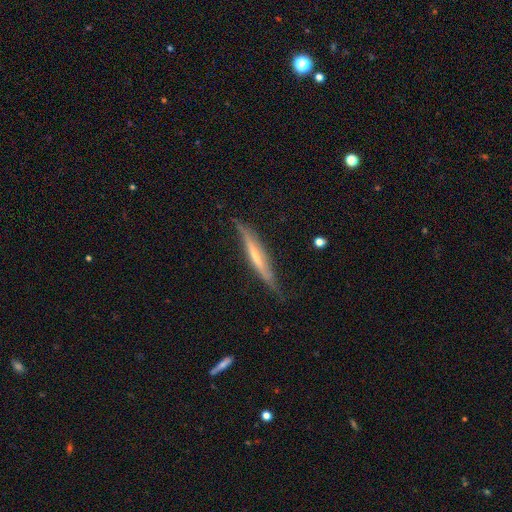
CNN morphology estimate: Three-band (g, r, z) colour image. It shows a featured or disk galaxy (67%) viewed edge-on (90%) with no central bulge (46%). Merging: none (71%).